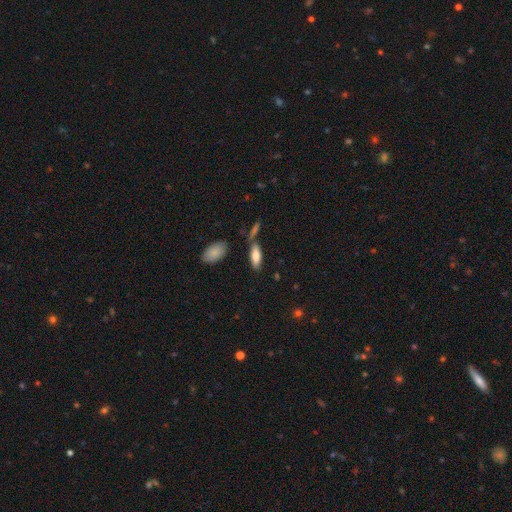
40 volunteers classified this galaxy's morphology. A smooth galaxy with no disk features (82%) that is cigar-shaped (52%).

Vote fractions:
- Smooth or featured? smooth: 82% / featured or disk: 10% / star or artifact: 8%
- How rounded? cigar-shaped: 52% / in between: 48% / round: 0%
- Merging? none: 84% / minor disturbance: 8% / merger: 5% / major disturbance: 3%